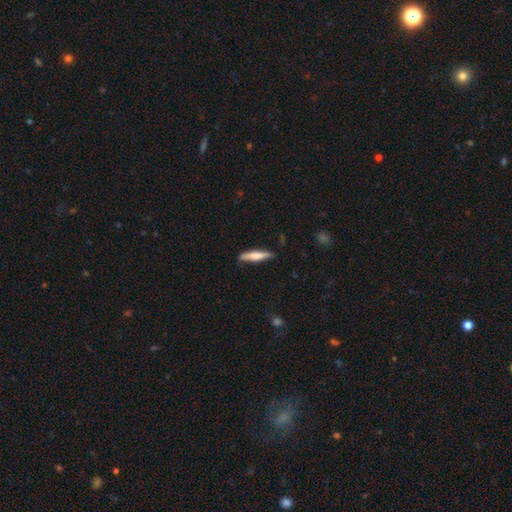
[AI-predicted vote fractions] Smooth or featured? Predicted: smooth (p=0.57). How rounded? Predicted: cigar-shaped (p=0.84). Merging? Predicted: none (p=0.80).